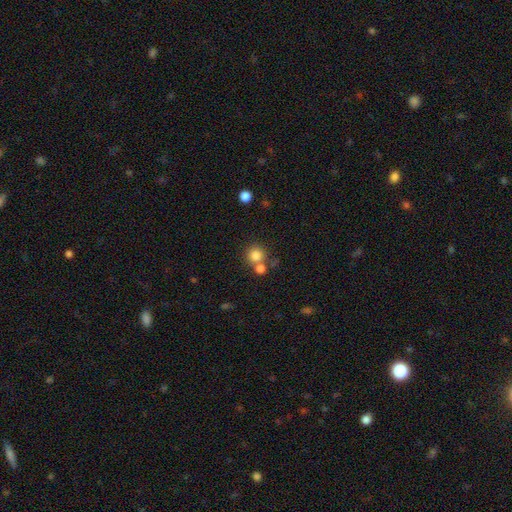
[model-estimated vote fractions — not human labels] smooth-or-featured: smooth: 81% | star or artifact: 12% | featured or disk: 7%
  how-rounded: round: 91% | in between: 8% | cigar-shaped: 1%
  merging: none: 61% | merger: 28% | minor disturbance: 8% | major disturbance: 4%